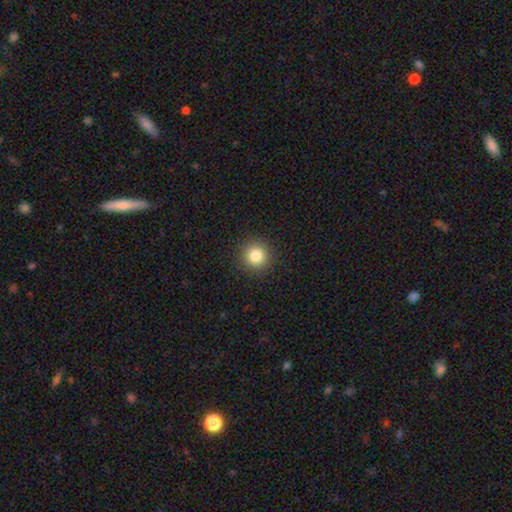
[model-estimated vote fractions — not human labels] smooth-or-featured: smooth: 83% | star or artifact: 11% | featured or disk: 6%
  how-rounded: round: 95% | in between: 4% | cigar-shaped: 1%
  merging: none: 92% | minor disturbance: 5% | major disturbance: 2% | merger: 1%